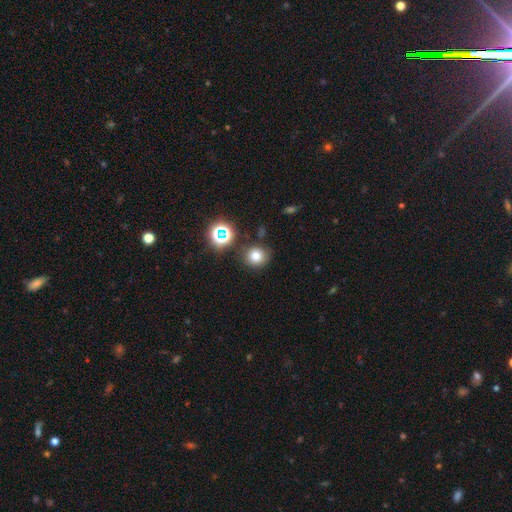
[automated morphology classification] This appears to be a smooth galaxy with no disk features (72%) that is round (87%). Merging: none (81%).